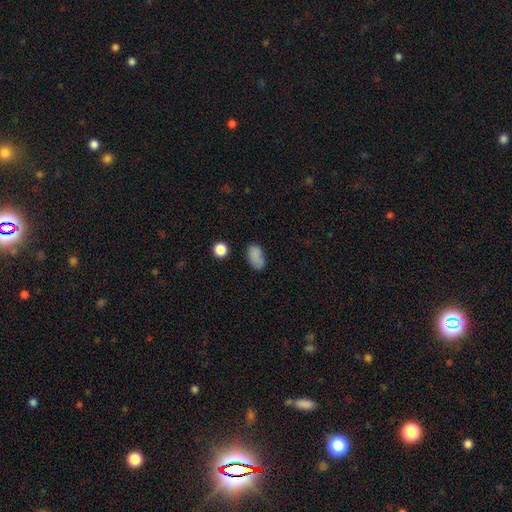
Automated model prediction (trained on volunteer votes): Smooth or featured: smooth — 83% (star or artifact — 11%)
How rounded: in between — 90% (round — 8%)
Merging: none — 70% (minor disturbance — 21%)